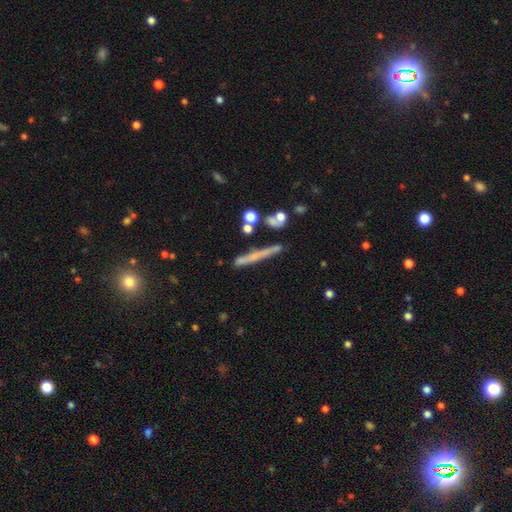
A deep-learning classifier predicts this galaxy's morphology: smooth 46%, featured or disk 41%, star or artifact 13%. Down the decision tree: merging — none (77%).